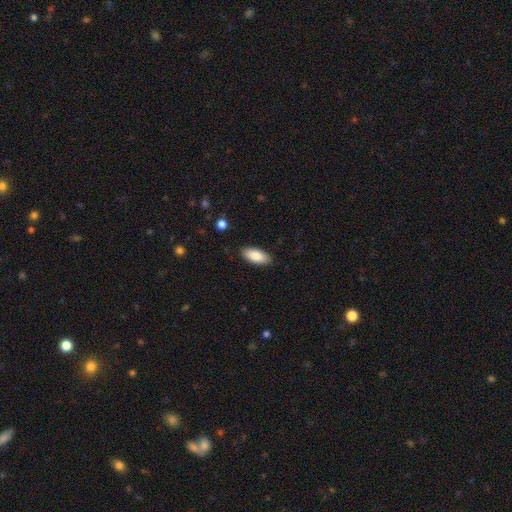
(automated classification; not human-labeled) smooth_or_featured: smooth (p=0.85) [alt: featured or disk p=0.09]
how_rounded: in between (p=0.88) [alt: cigar-shaped p=0.10]
merging: none (p=0.88) [alt: minor disturbance p=0.09]